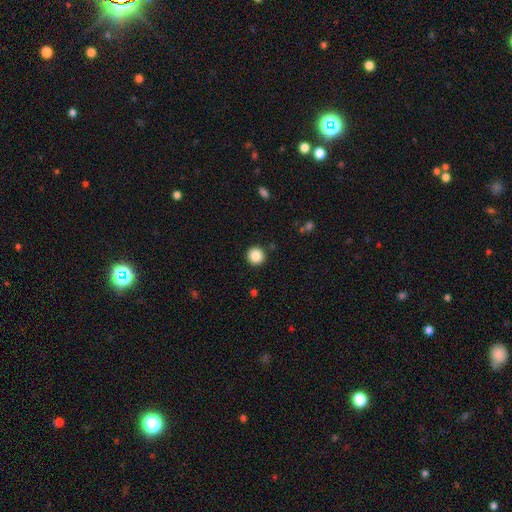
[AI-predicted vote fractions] smooth-or-featured: smooth: 87% | star or artifact: 9% | featured or disk: 4%
  how-rounded: round: 95% | in between: 4% | cigar-shaped: 1%
  merging: none: 92% | minor disturbance: 5% | major disturbance: 2% | merger: 1%